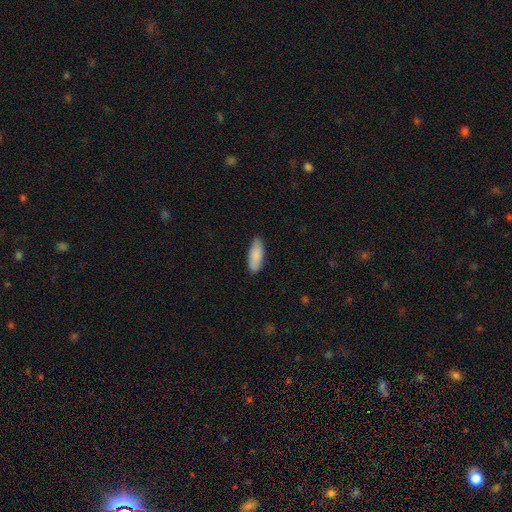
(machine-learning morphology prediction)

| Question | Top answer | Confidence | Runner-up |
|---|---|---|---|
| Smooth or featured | smooth | 87% | featured or disk (7%) |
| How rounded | in between | 76% | cigar-shaped (22%) |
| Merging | none | 83% | minor disturbance (14%) |